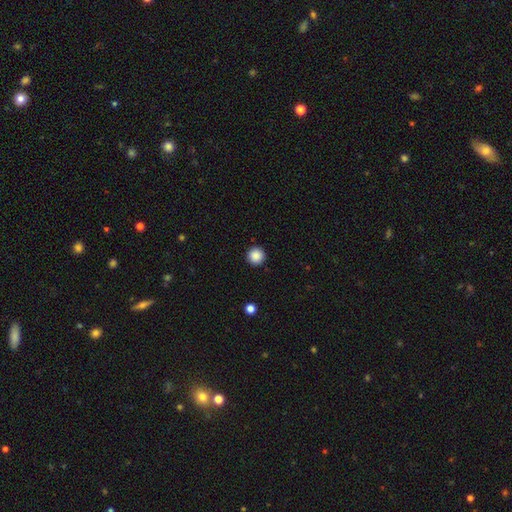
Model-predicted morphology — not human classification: Smooth or featured? Predicted: smooth (p=0.88). How rounded? Predicted: round (p=0.96). Merging? Predicted: none (p=0.93).